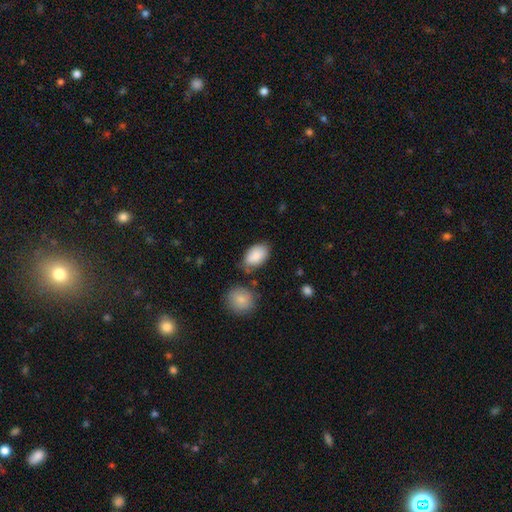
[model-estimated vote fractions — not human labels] Smooth or featured? Predicted: smooth (p=0.87). How rounded? Predicted: in between (p=0.91). Merging? Predicted: none (p=0.68).